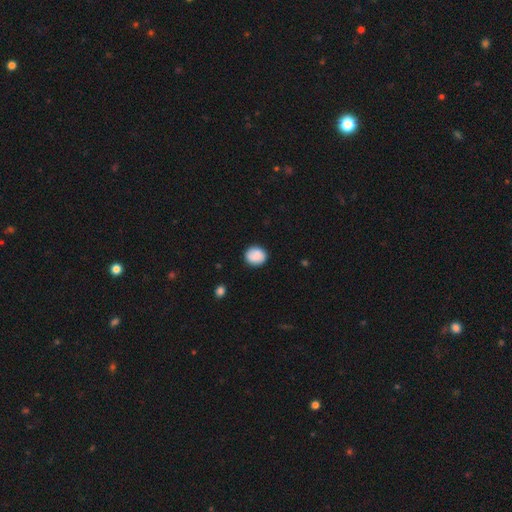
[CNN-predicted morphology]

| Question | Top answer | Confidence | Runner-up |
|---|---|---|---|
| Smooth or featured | smooth | 87% | star or artifact (7%) |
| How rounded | round | 80% | in between (19%) |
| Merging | none | 88% | minor disturbance (9%) |